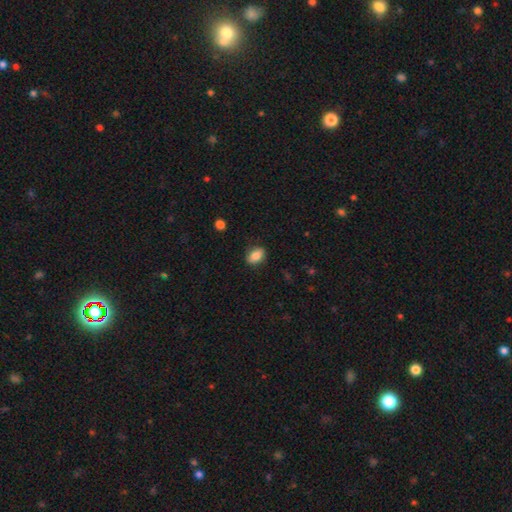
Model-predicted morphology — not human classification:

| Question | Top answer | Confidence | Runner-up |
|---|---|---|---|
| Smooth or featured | smooth | 83% | featured or disk (8%) |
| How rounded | in between | 78% | round (20%) |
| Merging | none | 84% | minor disturbance (12%) |